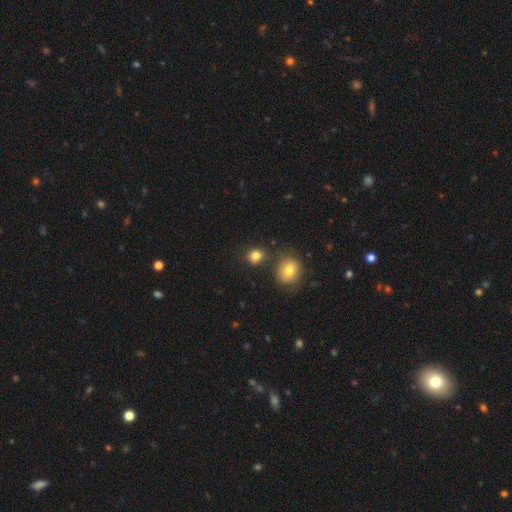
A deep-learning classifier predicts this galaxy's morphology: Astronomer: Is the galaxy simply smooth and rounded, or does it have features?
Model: smooth — 82%.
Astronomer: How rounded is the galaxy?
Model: round — 79%.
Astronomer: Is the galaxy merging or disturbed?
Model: none — 77%.